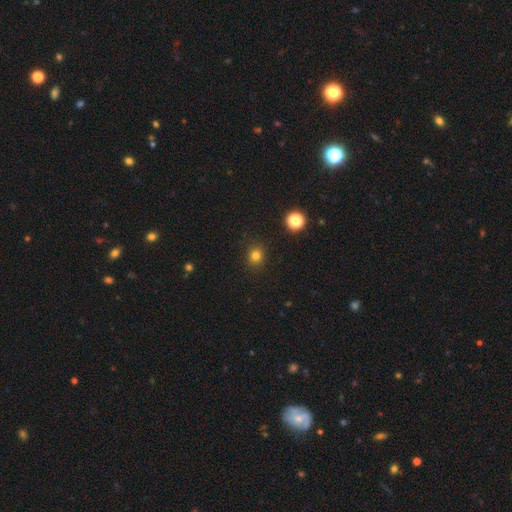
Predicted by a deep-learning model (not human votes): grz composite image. It shows a smooth galaxy with no disk features (79%) that is round (85%). Merging: none (89%).